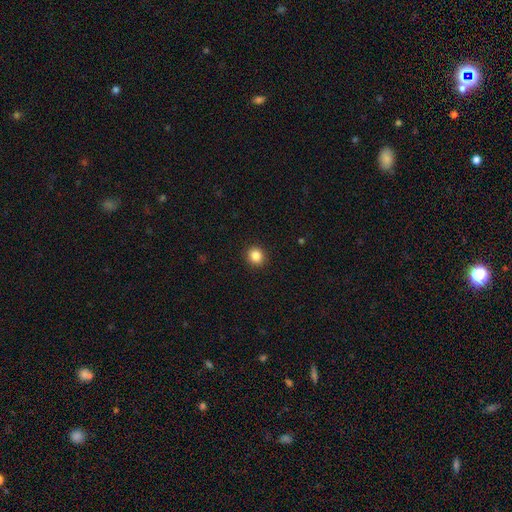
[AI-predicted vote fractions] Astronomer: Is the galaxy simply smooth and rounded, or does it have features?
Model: smooth — 86%.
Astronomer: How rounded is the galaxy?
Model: round — 87%.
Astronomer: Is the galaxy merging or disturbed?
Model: none — 92%.